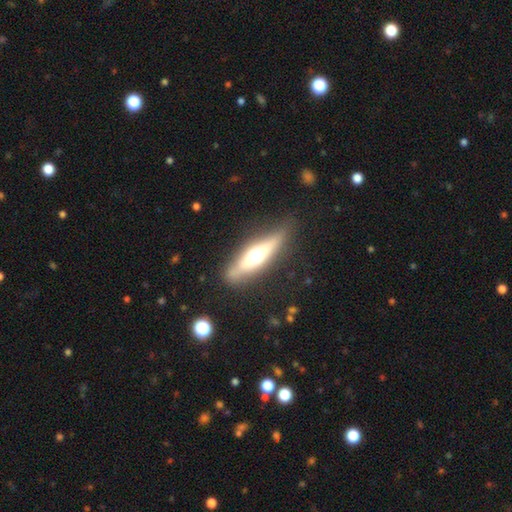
Overall: featured or disk (81%). Edge-on disk: yes (97%). Edge-on bulge: rounded (93%). Merging: none (69%).